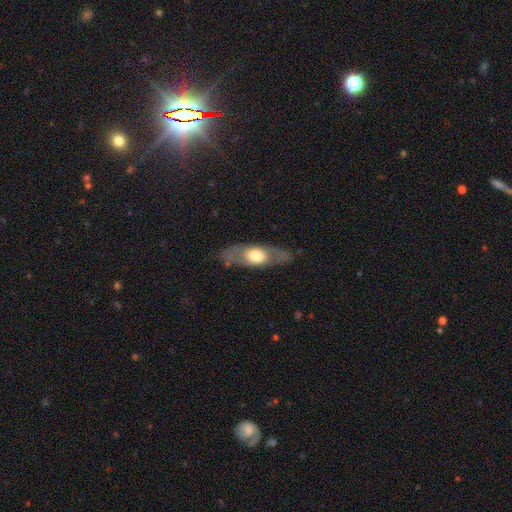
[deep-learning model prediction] Smooth or featured?
  - featured or disk: 54% *
  - smooth: 41%
  - star or artifact: 5%
Edge-on disk?
  - no: 65% *
  - yes: 35%
Merging?
  - none: 79% *
  - minor disturbance: 14%
  - major disturbance: 6%
  - merger: 1%